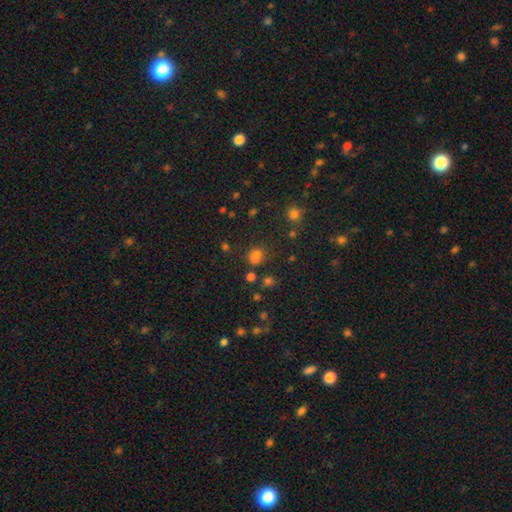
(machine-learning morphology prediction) A smooth galaxy with no disk features (69%) that is round (72%).

Vote fractions:
- Smooth or featured? smooth: 69% / star or artifact: 23% / featured or disk: 7%
- How rounded? round: 72% / in between: 27% / cigar-shaped: 1%
- Merging? none: 66% / minor disturbance: 16% / merger: 12% / major disturbance: 6%